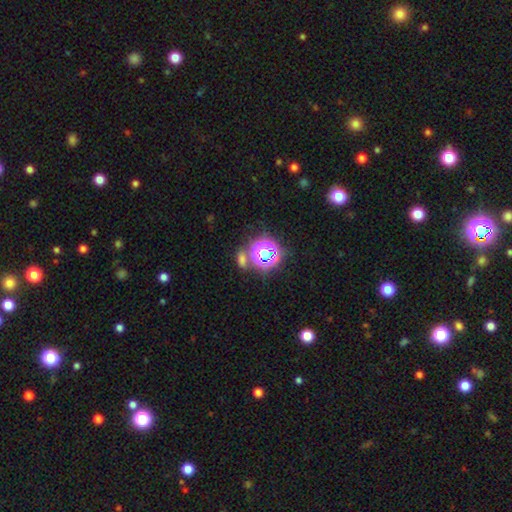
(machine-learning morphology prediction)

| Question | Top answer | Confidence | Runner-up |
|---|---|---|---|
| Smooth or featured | star or artifact | 70% | smooth (23%) |